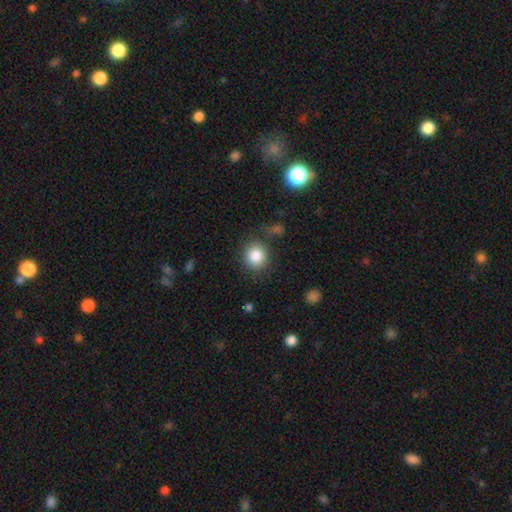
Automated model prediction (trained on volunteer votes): smooth 85%, star or artifact 10%, featured or disk 6%. Down the decision tree: how rounded — round (83%); merging — none (80%).